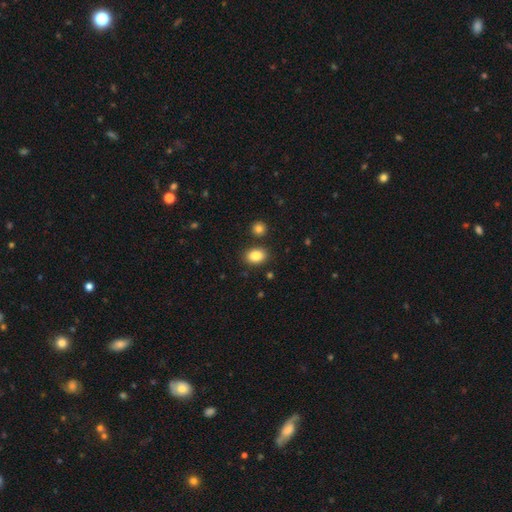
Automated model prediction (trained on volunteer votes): smooth 85%, star or artifact 9%, featured or disk 6%. Down the decision tree: how rounded — in between (75%); merging — none (84%).